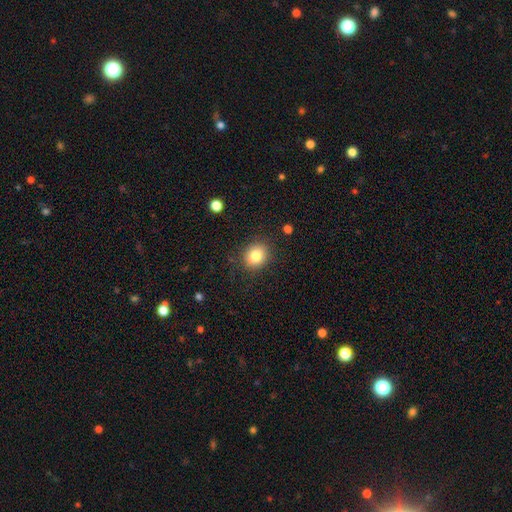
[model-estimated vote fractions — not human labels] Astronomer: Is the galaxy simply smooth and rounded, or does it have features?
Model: smooth — 82%.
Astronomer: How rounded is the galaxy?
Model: round — 71%.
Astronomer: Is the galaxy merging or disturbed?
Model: none — 86%.